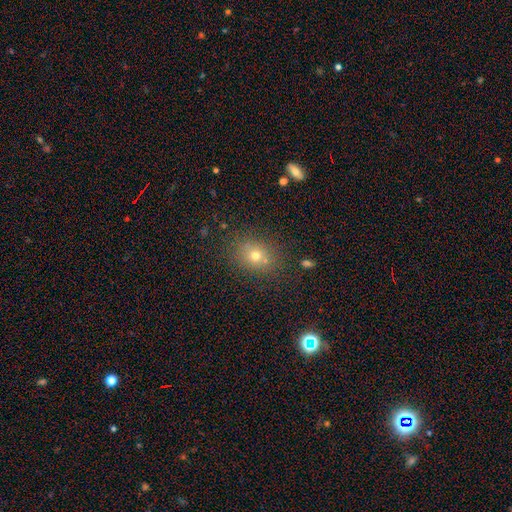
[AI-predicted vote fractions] Overall: smooth (68%). How rounded: round (57%; in between 42%). Merging: none (80%).